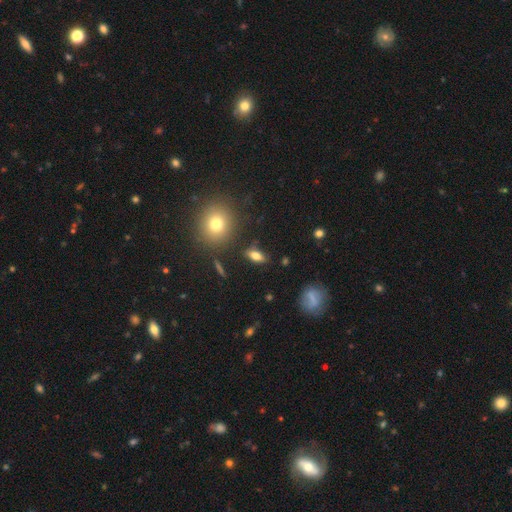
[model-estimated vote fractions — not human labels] Smooth or featured: smooth — 64% (featured or disk — 24%)
How rounded: in between — 75% (cigar-shaped — 16%)
Merging: none — 81% (minor disturbance — 11%)